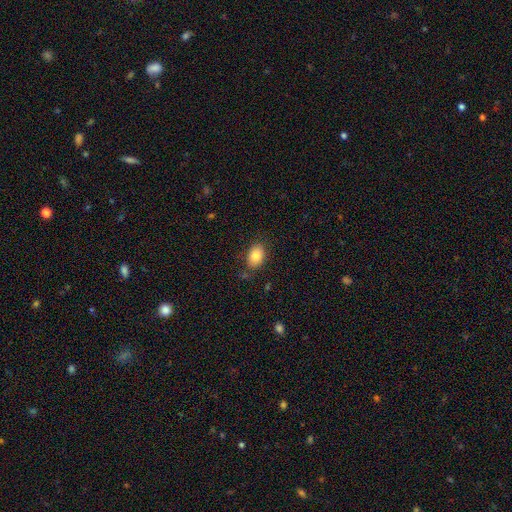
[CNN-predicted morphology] A smooth galaxy with no disk features (84%) that is in between round and cigar-shaped (82%).

Vote fractions:
- Smooth or featured? smooth: 84% / star or artifact: 8% / featured or disk: 8%
- How rounded? in between: 82% / round: 17% / cigar-shaped: 1%
- Merging? none: 81% / minor disturbance: 13% / major disturbance: 3% / merger: 3%